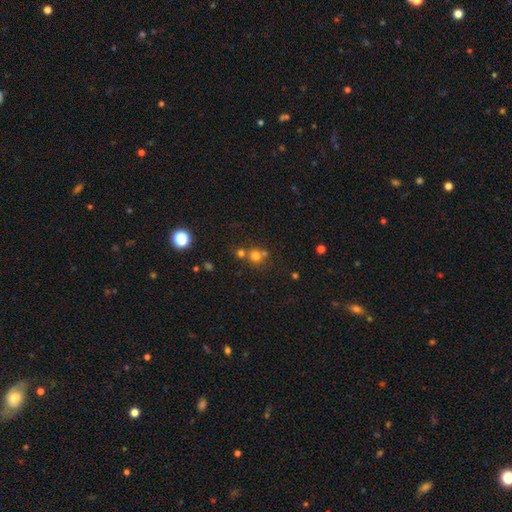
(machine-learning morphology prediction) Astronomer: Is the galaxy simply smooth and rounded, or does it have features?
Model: smooth — 70%.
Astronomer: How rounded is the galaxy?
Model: round — 87%.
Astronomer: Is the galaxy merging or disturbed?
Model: none — 53% (runner-up: merger, 36%).